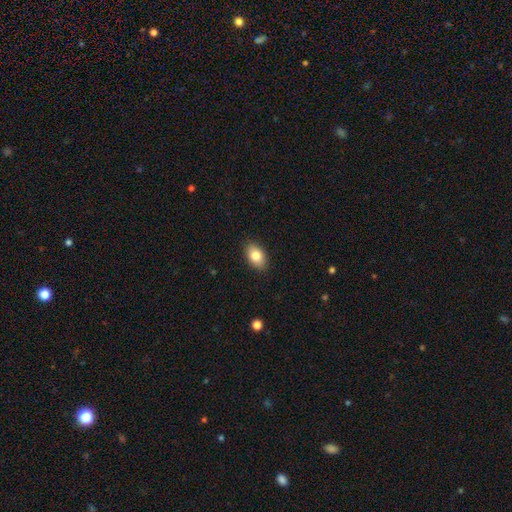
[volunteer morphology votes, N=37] Volunteers were most divided on "smooth or featured": smooth: 78%, featured or disk: 16%, star or artifact: 5%. More confident: how rounded — in between (100%); merging — none (89%).